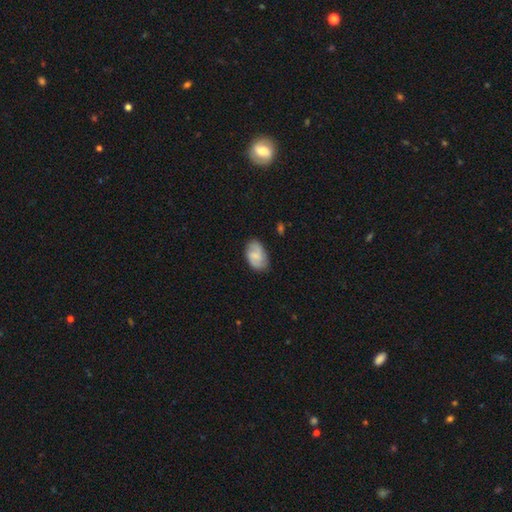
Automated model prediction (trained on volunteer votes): Overall: smooth (54%; featured or disk 39%). How rounded: in between (90%). Merging: none (75%).